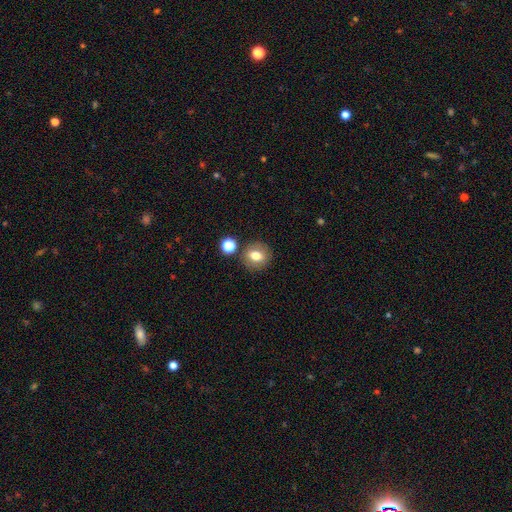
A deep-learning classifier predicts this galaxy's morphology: smooth 74%, featured or disk 15%, star or artifact 11%. Down the decision tree: how rounded — round (75%); merging — none (81%).